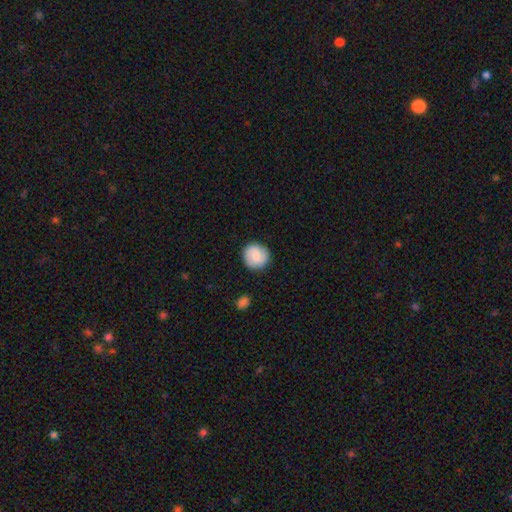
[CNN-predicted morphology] Smooth or featured? Predicted: smooth (p=0.71). How rounded? Predicted: round (p=0.93). Merging? Predicted: none (p=0.88).